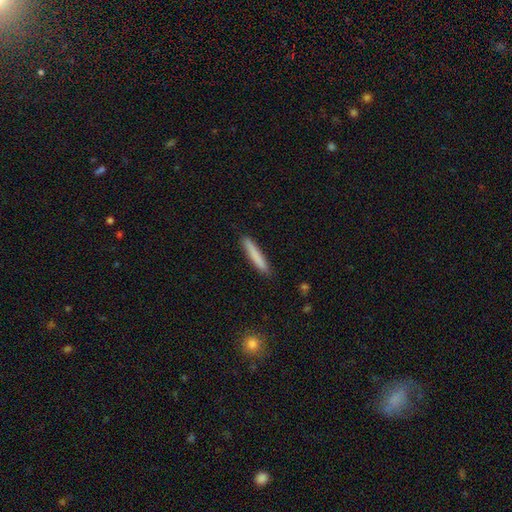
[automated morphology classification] smooth_or_featured: smooth (p=0.81) [alt: featured or disk p=0.14]
how_rounded: cigar-shaped (p=0.95) [alt: in between p=0.04]
merging: none (p=0.90) [alt: minor disturbance p=0.08]